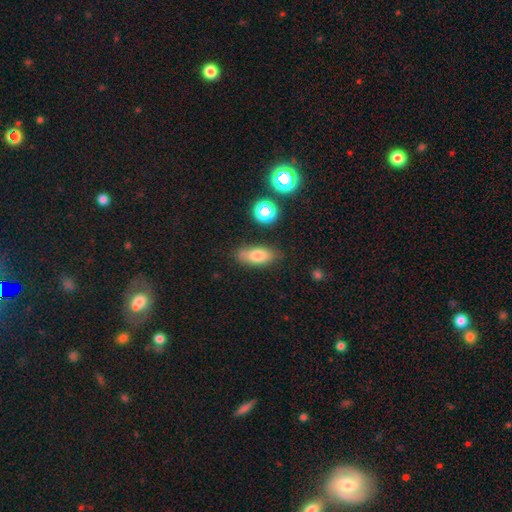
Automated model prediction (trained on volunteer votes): smooth_or_featured: smooth (p=0.74) [alt: featured or disk p=0.14]
how_rounded: in between (p=0.77) [alt: cigar-shaped p=0.17]
merging: none (p=0.79) [alt: minor disturbance p=0.15]